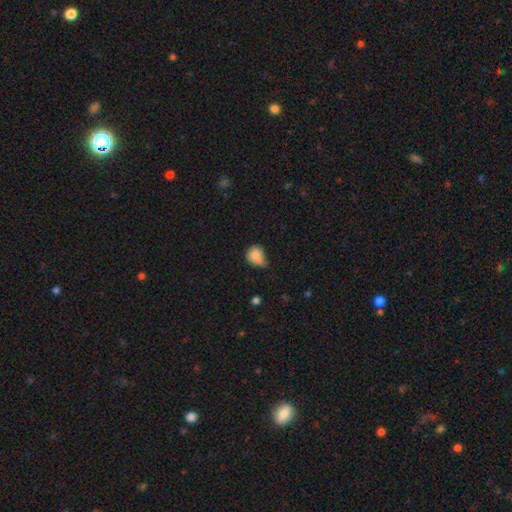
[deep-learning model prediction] Q: Smooth or featured?
A: smooth (81%); runner-up: featured or disk (9%)
Q: How rounded?
A: round (62%); runner-up: in between (37%)
Q: Merging?
A: minor disturbance (47%); runner-up: none (36%)